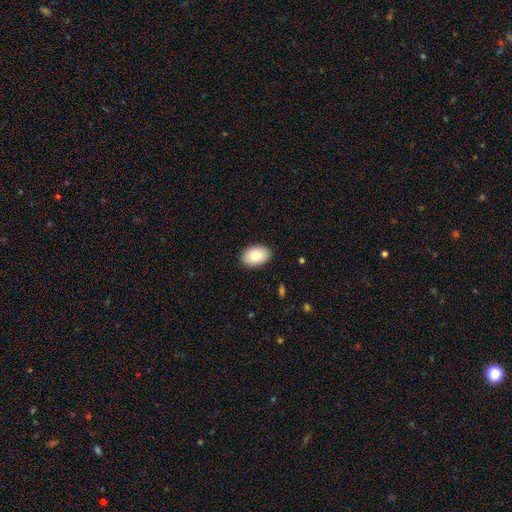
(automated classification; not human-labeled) smooth 83%, featured or disk 10%, star or artifact 7%. Down the decision tree: how rounded — in between (89%); merging — none (89%).